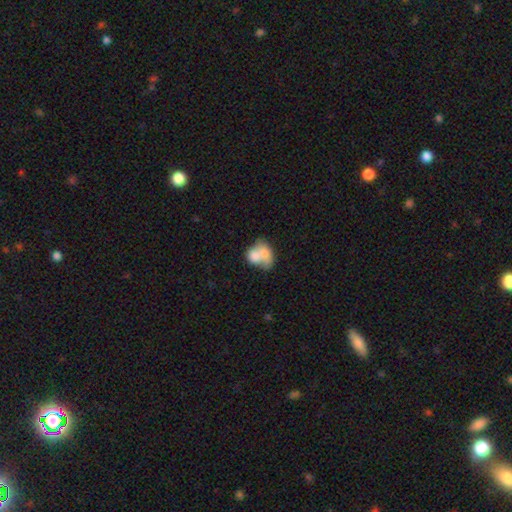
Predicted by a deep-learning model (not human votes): A smooth galaxy with no disk features (70%) that is in between round and cigar-shaped (59%). Merging: merger (71%).